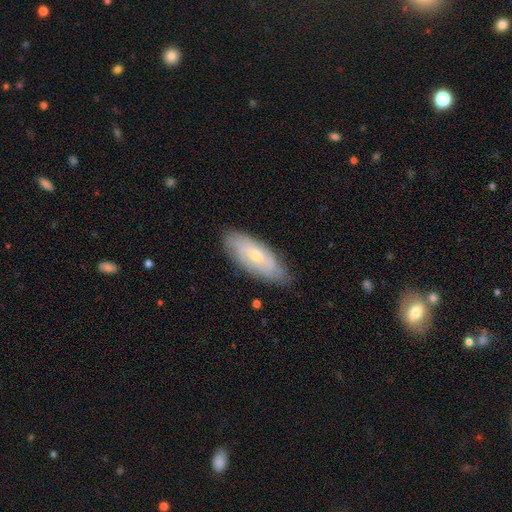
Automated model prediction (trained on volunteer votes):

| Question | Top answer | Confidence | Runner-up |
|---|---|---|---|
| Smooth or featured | smooth | 48% | featured or disk (46%) |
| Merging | none | 78% | minor disturbance (18%) |